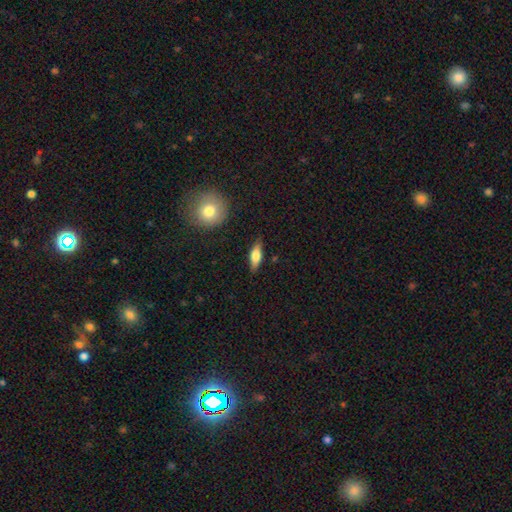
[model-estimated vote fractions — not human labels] smooth_or_featured: smooth (p=0.65) [alt: featured or disk p=0.28]
how_rounded: in between (p=0.60) [alt: cigar-shaped p=0.36]
merging: none (p=0.83) [alt: minor disturbance p=0.12]